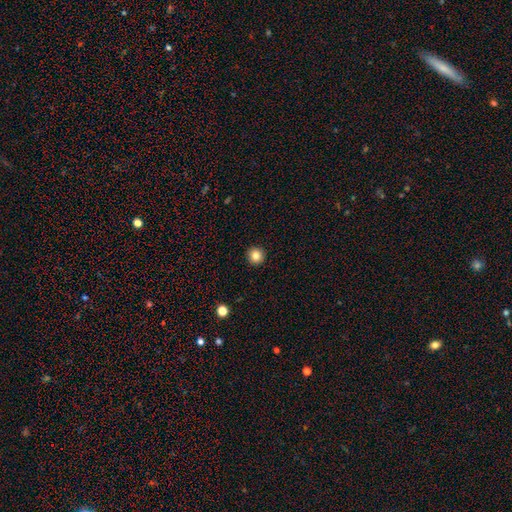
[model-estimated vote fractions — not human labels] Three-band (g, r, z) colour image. It shows a smooth galaxy with no disk features (84%) that is round (95%). Merging: none (93%).